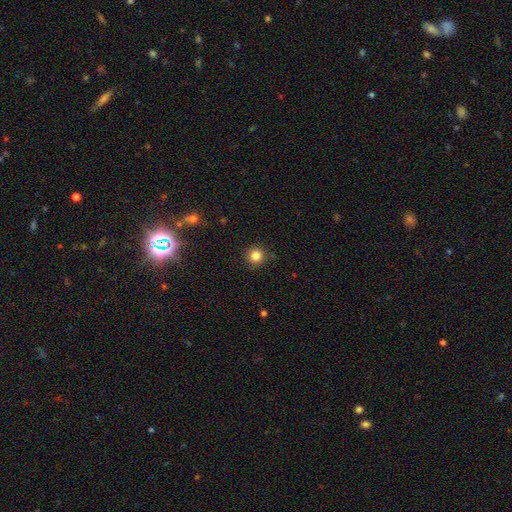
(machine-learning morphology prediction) A smooth galaxy with no disk features (84%) that is round (95%).

Vote fractions:
- Smooth or featured? smooth: 84% / star or artifact: 12% / featured or disk: 5%
- How rounded? round: 95% / in between: 5% / cigar-shaped: 1%
- Merging? none: 89% / minor disturbance: 7% / major disturbance: 2% / merger: 1%